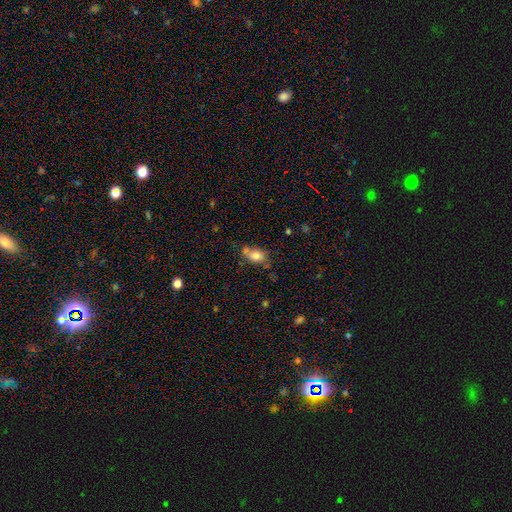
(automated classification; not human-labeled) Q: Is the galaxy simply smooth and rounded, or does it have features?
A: smooth — 75%.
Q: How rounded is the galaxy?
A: in between — 76%.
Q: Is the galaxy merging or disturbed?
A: none — 49%.